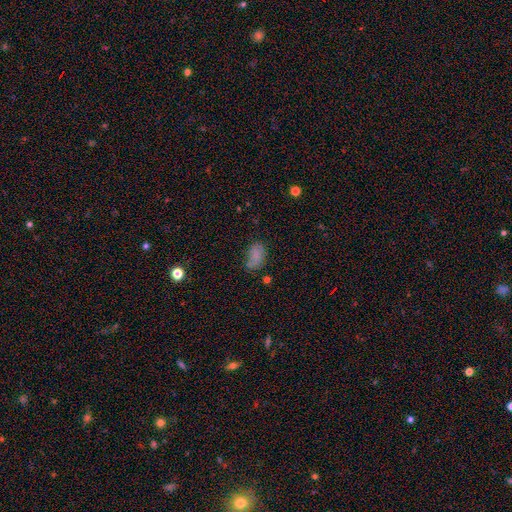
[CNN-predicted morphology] This is likely a smooth galaxy (70%). How rounded: clearly in between (89%). Merging: possibly none (48%).